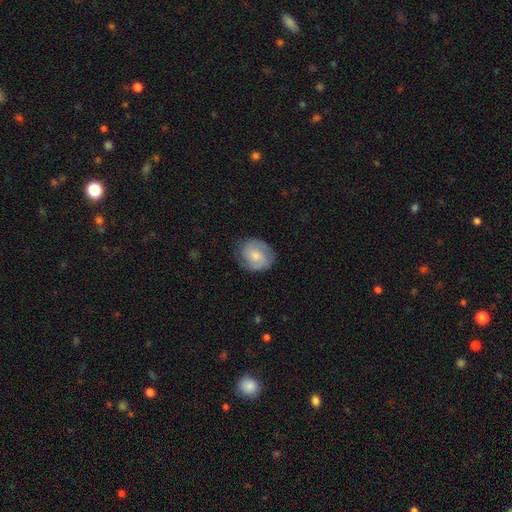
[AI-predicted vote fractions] Smooth or featured: featured or disk — 52% (smooth — 41%)
Edge-on disk: no — 97% (yes — 3%)
Bar: no — 55% (weak — 38%)
Spiral arms: yes — 86% (no — 14%)
Bulge size: moderate — 47% (small — 42%)
Merging: none — 76% (minor disturbance — 17%)